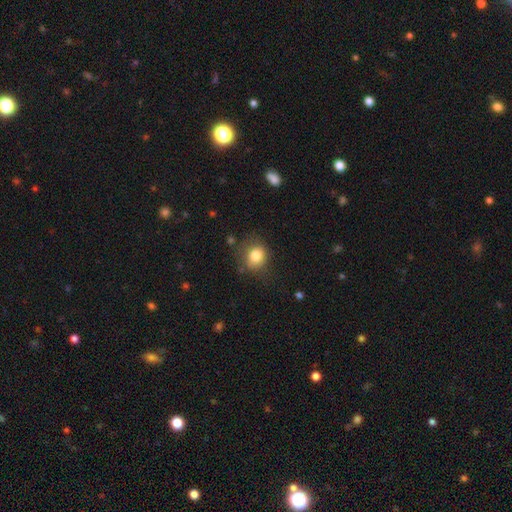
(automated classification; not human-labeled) Smooth or featured: smooth — 81% (star or artifact — 11%)
How rounded: round — 75% (in between — 24%)
Merging: none — 75% (minor disturbance — 18%)